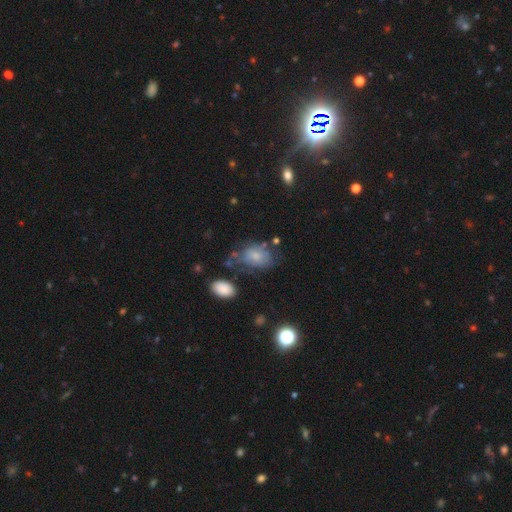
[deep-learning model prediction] Morphology: type=smooth (70%); roundness=in between (80%); merging=none (47%).